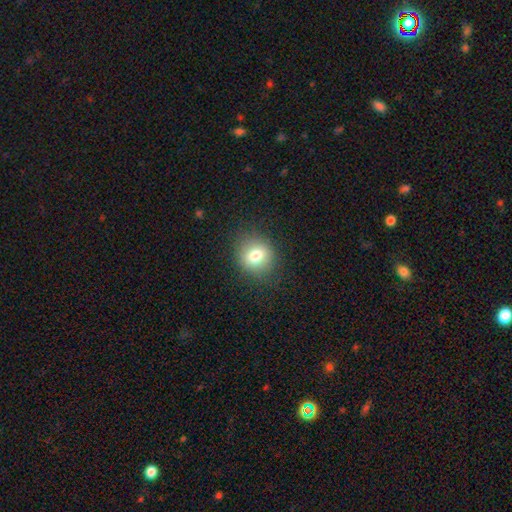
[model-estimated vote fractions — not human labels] Smooth or featured? smooth (77%)
How rounded? round (79%)
Merging? none (86%)